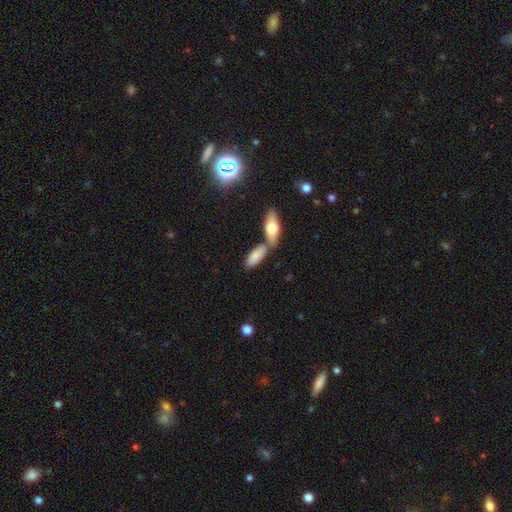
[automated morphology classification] This is clearly a smooth galaxy (80%). How rounded: likely in between (78%). Merging: possibly none (50%).